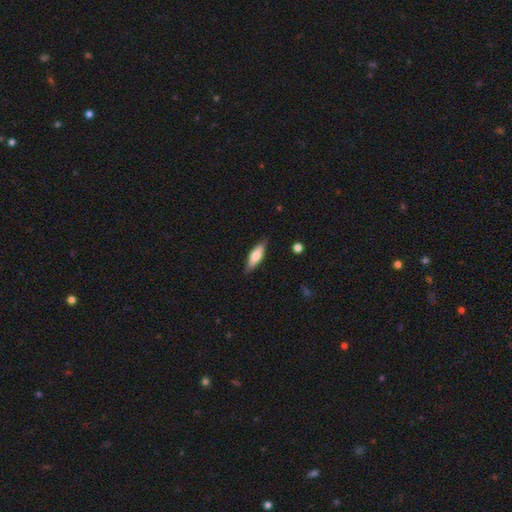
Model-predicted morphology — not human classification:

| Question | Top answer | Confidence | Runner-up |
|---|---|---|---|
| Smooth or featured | smooth | 68% | featured or disk (26%) |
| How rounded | cigar-shaped | 50% | in between (48%) |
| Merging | none | 85% | minor disturbance (11%) |